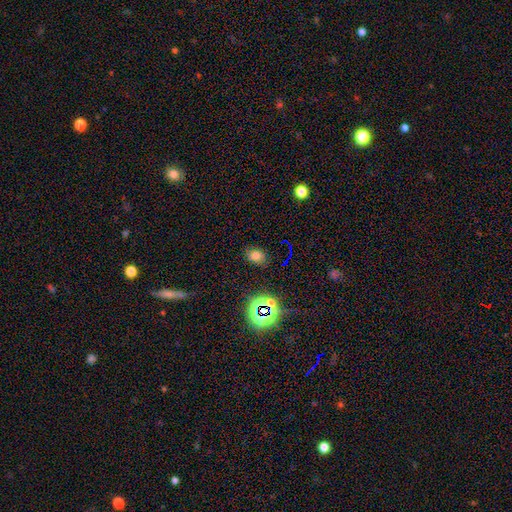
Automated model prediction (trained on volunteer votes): Overall: smooth (66%). How rounded: in between (66%; round 32%). Merging: none (81%).